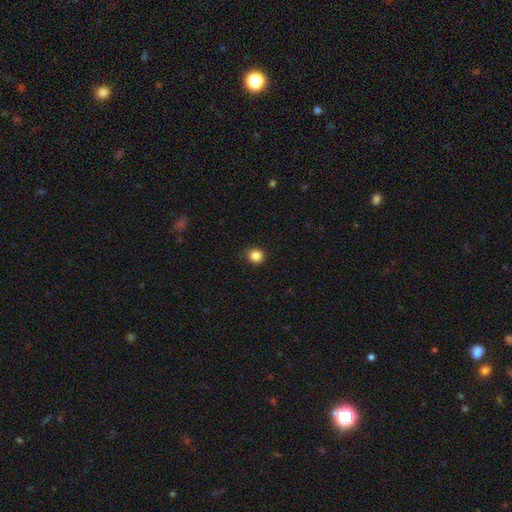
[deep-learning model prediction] Smooth or featured?
  - smooth: 86% *
  - star or artifact: 11%
  - featured or disk: 3%
How rounded?
  - round: 90% *
  - in between: 9%
  - cigar-shaped: 1%
Merging?
  - none: 88% *
  - minor disturbance: 9%
  - major disturbance: 2%
  - merger: 1%